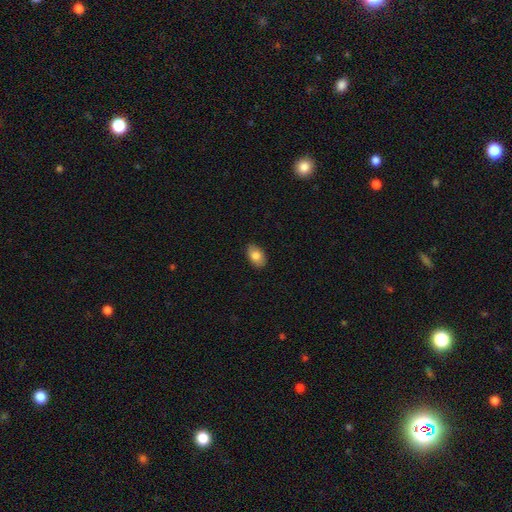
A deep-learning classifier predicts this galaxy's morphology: smooth_or_featured: smooth (p=0.82) [alt: featured or disk p=0.11]
how_rounded: in between (p=0.89) [alt: round p=0.09]
merging: none (p=0.86) [alt: minor disturbance p=0.11]